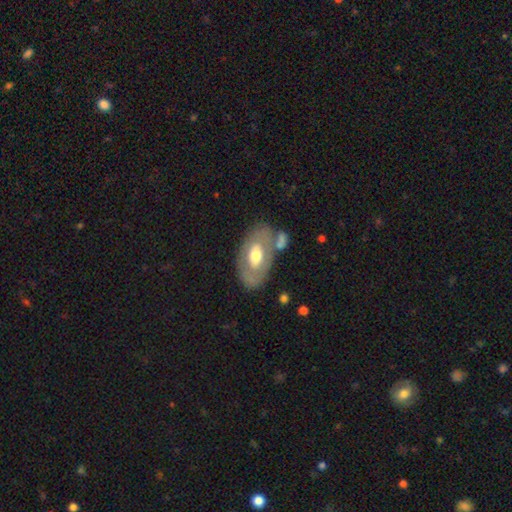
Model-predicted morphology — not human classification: Smooth or featured?
  - featured or disk: 63% *
  - smooth: 30%
  - star or artifact: 7%
Edge-on disk?
  - no: 90% *
  - yes: 10%
Bar?
  - no: 66% *
  - weak: 25%
  - strong: 9%
Spiral arms?
  - no: 58% *
  - yes: 42%
Bulge size?
  - moderate: 73% *
  - large: 15%
  - small: 9%
  - dominant: 1%
  - none: 1%
Merging?
  - none: 62% *
  - minor disturbance: 17%
  - merger: 15%
  - major disturbance: 6%